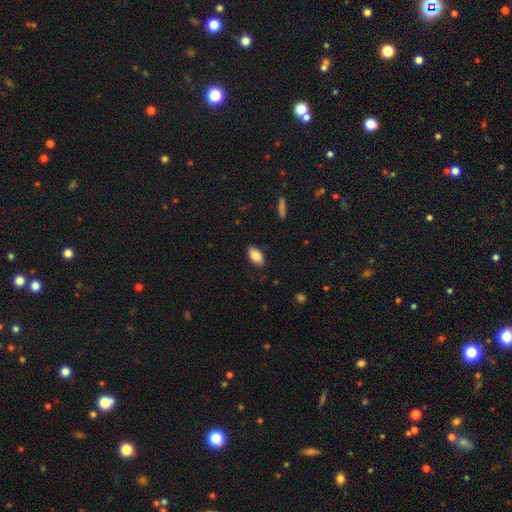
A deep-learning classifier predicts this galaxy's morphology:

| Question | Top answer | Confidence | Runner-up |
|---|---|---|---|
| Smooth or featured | smooth | 87% | star or artifact (7%) |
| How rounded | in between | 94% | round (4%) |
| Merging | none | 86% | minor disturbance (11%) |